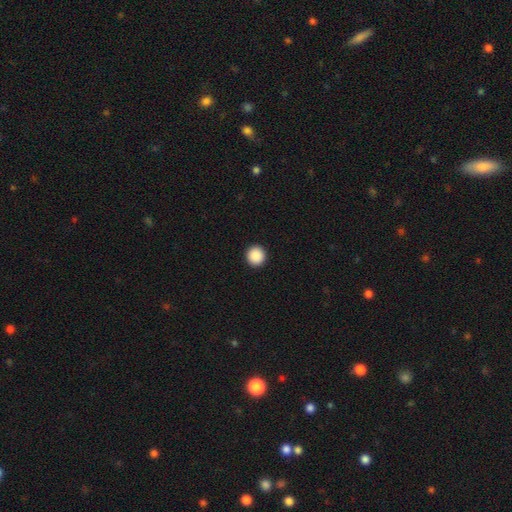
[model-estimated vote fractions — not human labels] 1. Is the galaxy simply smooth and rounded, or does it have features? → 89% smooth, 9% star or artifact, 2% featured or disk.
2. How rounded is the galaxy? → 95% round, 4% in between, 1% cigar-shaped.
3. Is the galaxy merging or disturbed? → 94% none, 4% minor disturbance, 1% major disturbance, 1% merger.